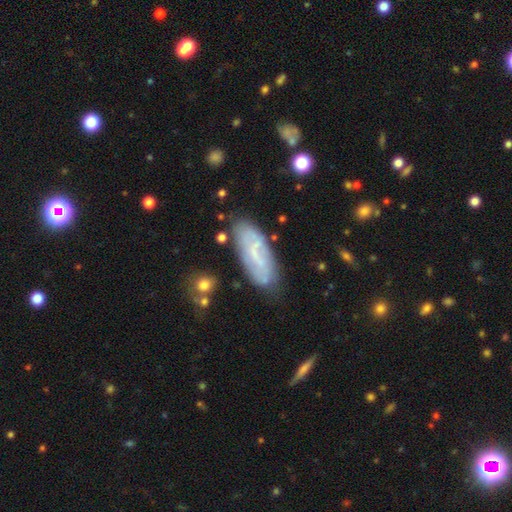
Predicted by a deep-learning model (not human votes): Smooth or featured? featured or disk (59%)
Edge-on disk? no (86%)
Bar? weak (47%)
Spiral arms? yes (77%)
Bulge size? small (61%)
Merging? none (77%)